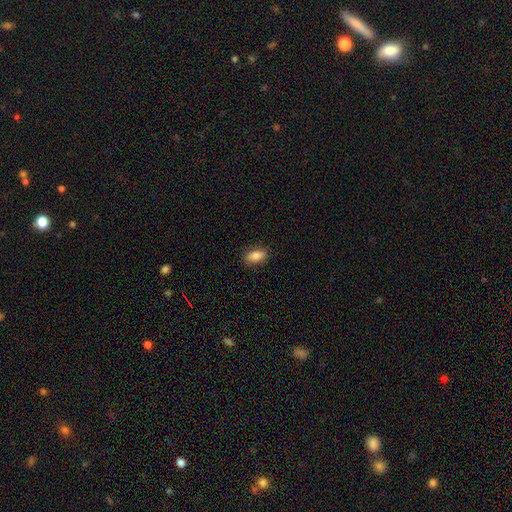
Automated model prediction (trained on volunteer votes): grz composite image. It shows a smooth galaxy with no disk features (82%) that is in between round and cigar-shaped (86%). Merging: none (86%).